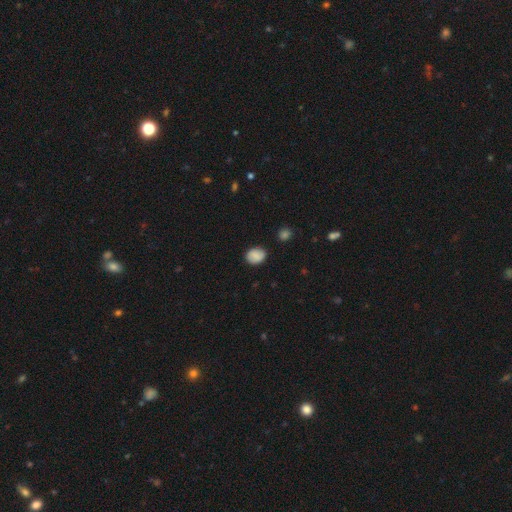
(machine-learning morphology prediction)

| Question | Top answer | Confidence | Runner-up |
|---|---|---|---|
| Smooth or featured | smooth | 85% | star or artifact (8%) |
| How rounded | in between | 55% | round (44%) |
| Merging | none | 84% | minor disturbance (12%) |